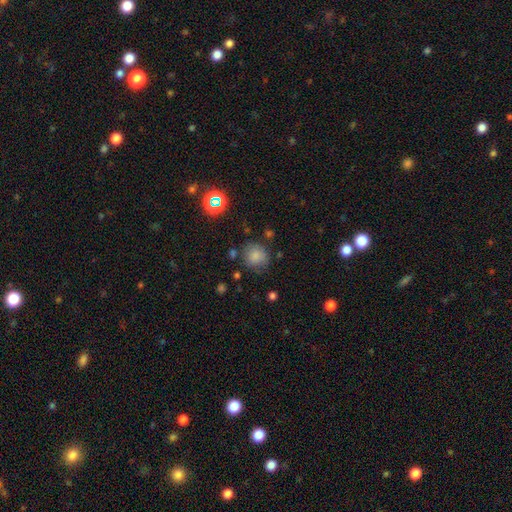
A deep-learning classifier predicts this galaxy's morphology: A smooth galaxy with no disk features (79%) that is round (85%). Merging: none (72%).